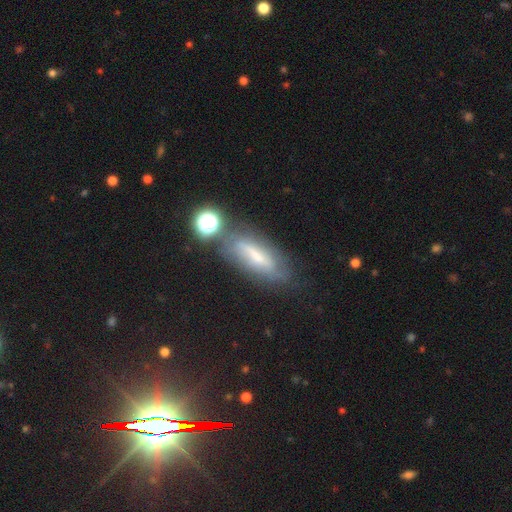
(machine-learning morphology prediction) Smooth or featured? Predicted: featured or disk (p=0.48). Merging? Predicted: none (p=0.58).